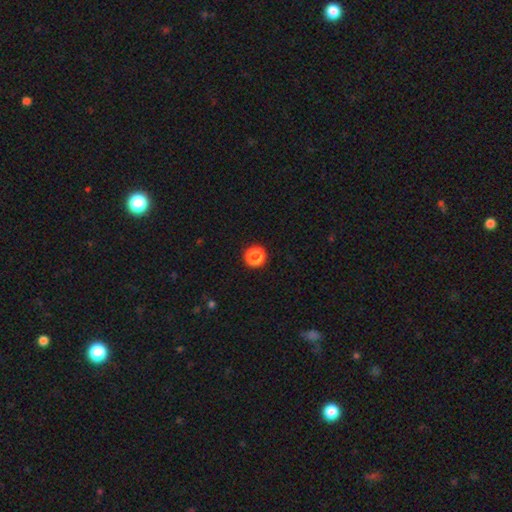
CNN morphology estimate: The model was most divided on "smooth or featured": smooth: 77%, star or artifact: 19%, featured or disk: 5%. More confident: how rounded — round (90%); merging — none (88%).